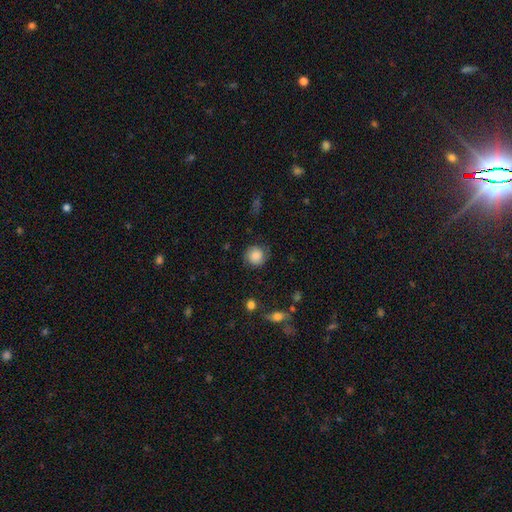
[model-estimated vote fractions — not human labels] Smooth or featured? Predicted: smooth (p=0.74). How rounded? Predicted: round (p=0.88). Merging? Predicted: none (p=0.76).